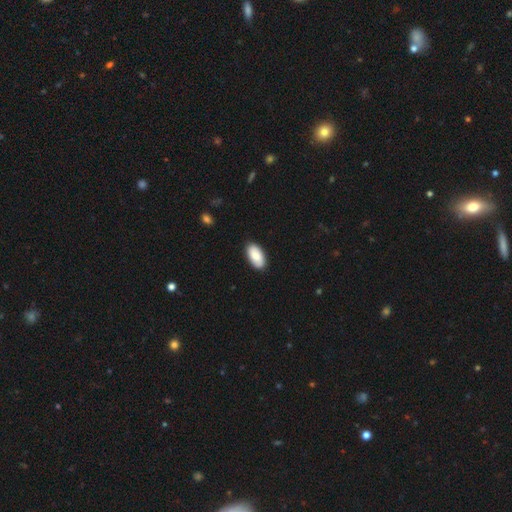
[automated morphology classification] Smooth or featured: smooth — 85% (featured or disk — 10%)
How rounded: in between — 95% (cigar-shaped — 2%)
Merging: none — 88% (minor disturbance — 9%)